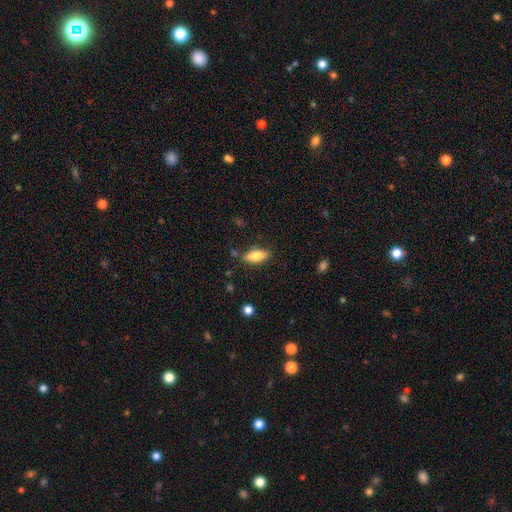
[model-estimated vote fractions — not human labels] Smooth or featured? smooth (80%)
How rounded? in between (78%)
Merging? none (79%)